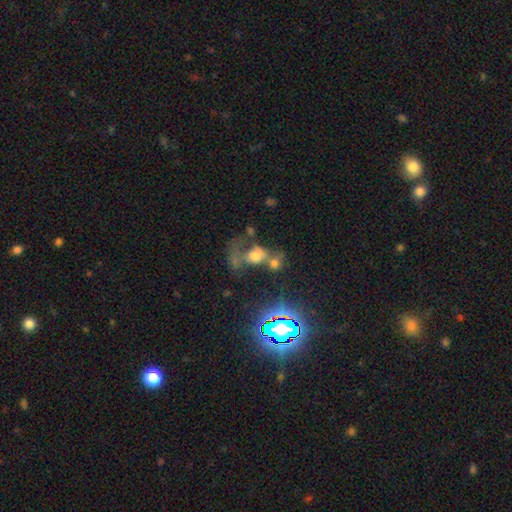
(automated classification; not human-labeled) Overall: smooth (52%; featured or disk 25%). How rounded: round (49%, tied with in between). Merging: merger (46%; major disturbance 23%).